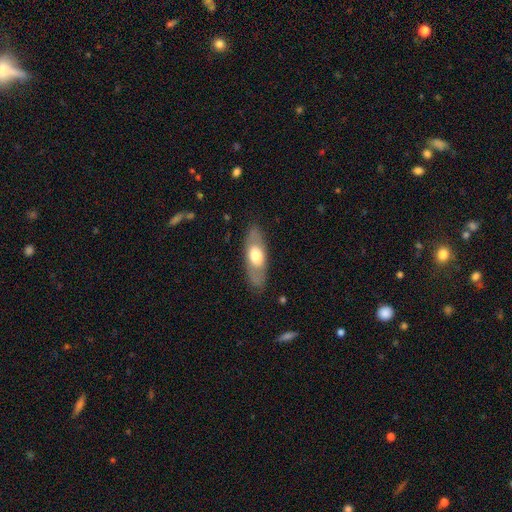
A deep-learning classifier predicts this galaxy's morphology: Smooth or featured? Predicted: smooth (p=0.53). How rounded? Predicted: in between (p=0.73). Merging? Predicted: none (p=0.82).